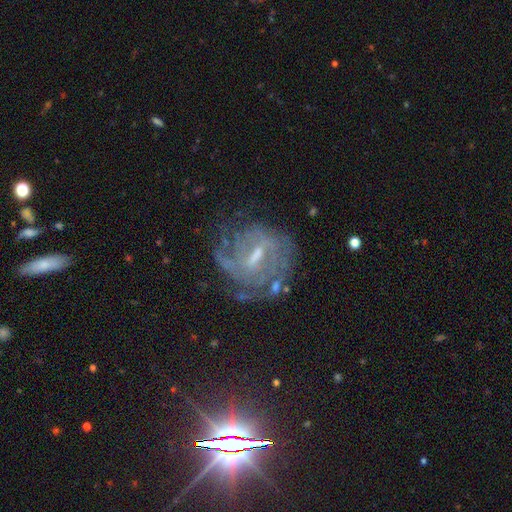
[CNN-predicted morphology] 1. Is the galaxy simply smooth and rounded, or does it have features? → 78% featured or disk, 12% star or artifact, 10% smooth.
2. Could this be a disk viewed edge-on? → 95% no, 5% yes.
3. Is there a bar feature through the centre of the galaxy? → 52% weak, 33% strong, 15% no.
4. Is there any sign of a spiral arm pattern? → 86% yes, 14% no.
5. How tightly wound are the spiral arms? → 54% tight, 35% medium, 12% loose.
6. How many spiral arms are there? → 46% can't tell, 23% 2, 14% 3, 8% 4, 6% 1, 4% more than 4.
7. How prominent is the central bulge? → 43% moderate, 42% small, 11% none, 3% large, 1% dominant.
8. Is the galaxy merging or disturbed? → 62% none, 20% minor disturbance, 15% major disturbance, 3% merger.